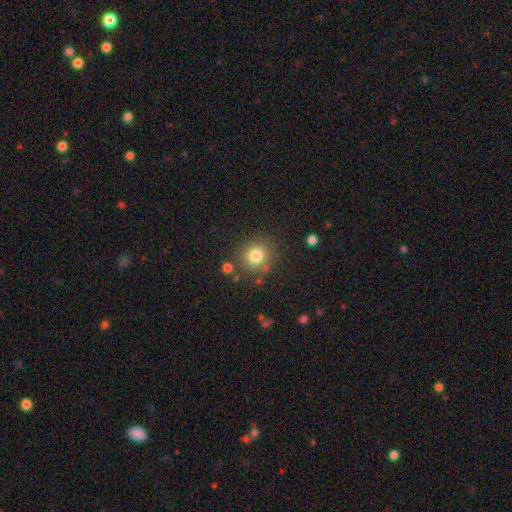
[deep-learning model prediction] Smooth or featured? Predicted: smooth (p=0.80). How rounded? Predicted: round (p=0.90). Merging? Predicted: none (p=0.81).